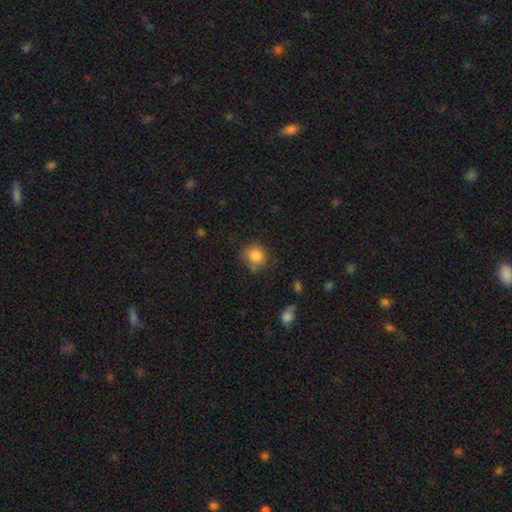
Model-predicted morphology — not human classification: Smooth or featured: smooth — 83% (star or artifact — 10%)
How rounded: round — 79% (in between — 20%)
Merging: none — 67% (minor disturbance — 23%)